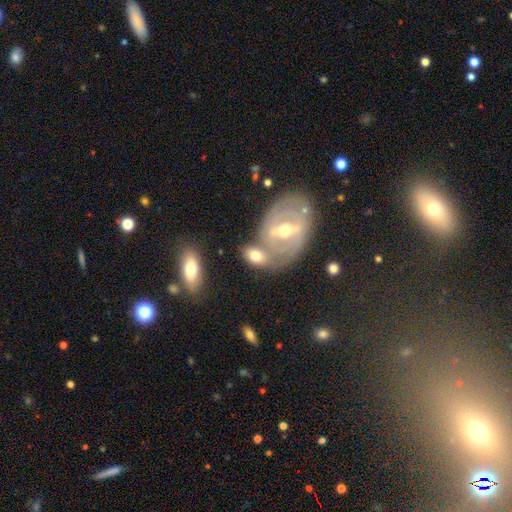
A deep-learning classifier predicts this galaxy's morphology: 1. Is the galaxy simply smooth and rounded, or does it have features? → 54% smooth, 39% featured or disk, 7% star or artifact.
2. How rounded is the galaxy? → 81% in between, 17% round, 2% cigar-shaped.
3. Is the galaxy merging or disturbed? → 44% none, 34% merger, 16% minor disturbance, 6% major disturbance.